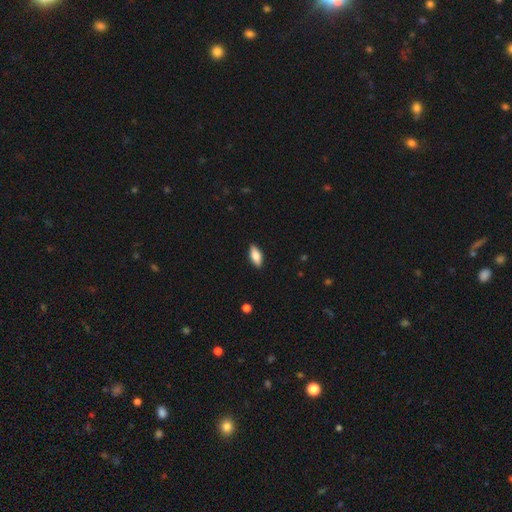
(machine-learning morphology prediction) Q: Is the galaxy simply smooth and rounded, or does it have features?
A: smooth — 79%.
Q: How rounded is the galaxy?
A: in between — 82%.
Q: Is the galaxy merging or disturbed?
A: none — 89%.